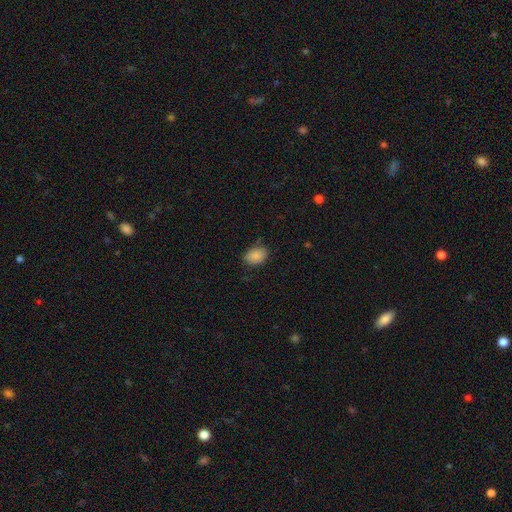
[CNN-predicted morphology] Smooth or featured? smooth (88%)
How rounded? in between (76%)
Merging? none (81%)